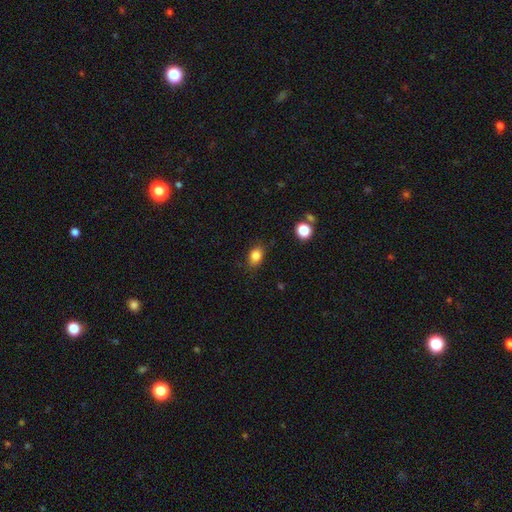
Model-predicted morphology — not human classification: Smooth or featured?
  - smooth: 84% *
  - star or artifact: 11%
  - featured or disk: 5%
How rounded?
  - in between: 65% *
  - round: 34%
  - cigar-shaped: 1%
Merging?
  - none: 81% *
  - minor disturbance: 14%
  - major disturbance: 3%
  - merger: 2%